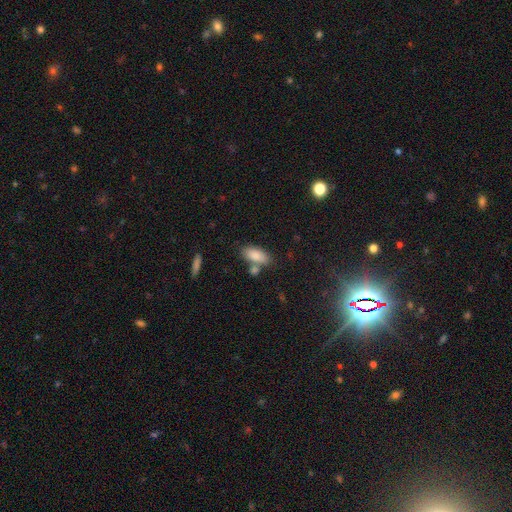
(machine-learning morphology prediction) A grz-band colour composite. It shows a smooth galaxy with no disk features (86%) that is in between round and cigar-shaped (86%). Merging: none (62%).